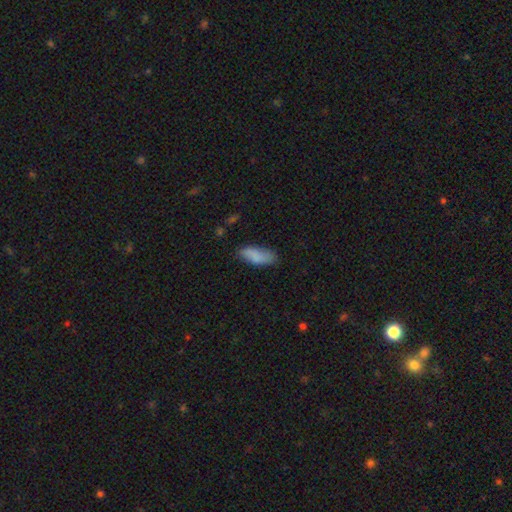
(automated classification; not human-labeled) smooth_or_featured: smooth (p=0.83) [alt: featured or disk p=0.10]
how_rounded: in between (p=0.79) [alt: cigar-shaped p=0.19]
merging: none (p=0.68) [alt: minor disturbance p=0.24]